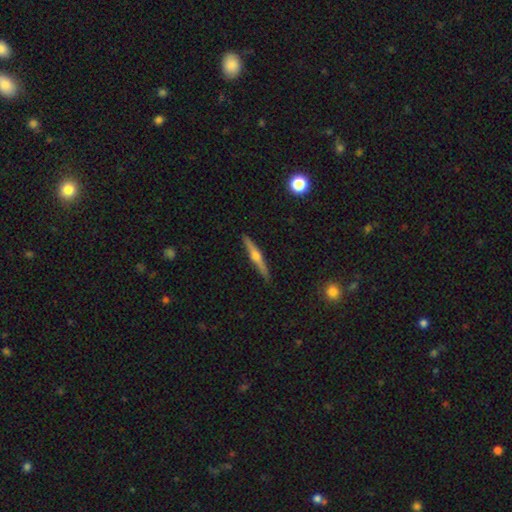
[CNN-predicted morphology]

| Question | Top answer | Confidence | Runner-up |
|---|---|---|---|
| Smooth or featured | featured or disk | 70% | smooth (24%) |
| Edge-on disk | yes | 98% | no (2%) |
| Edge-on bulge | rounded | 92% | none (5%) |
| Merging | none | 90% | minor disturbance (7%) |